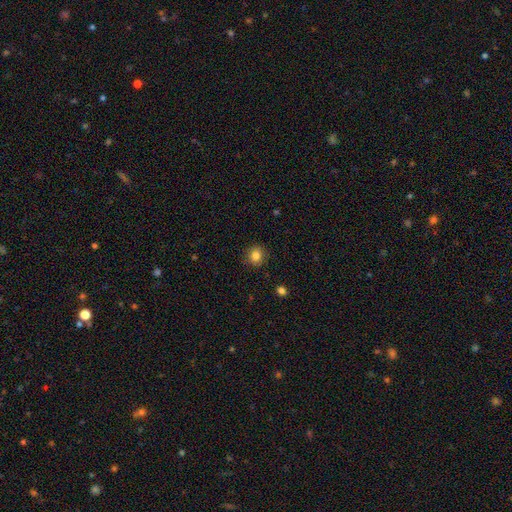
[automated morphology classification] smooth-or-featured: smooth: 83% | star or artifact: 11% | featured or disk: 6%
  how-rounded: round: 85% | in between: 14% | cigar-shaped: 1%
  merging: none: 90% | minor disturbance: 7% | major disturbance: 2% | merger: 1%